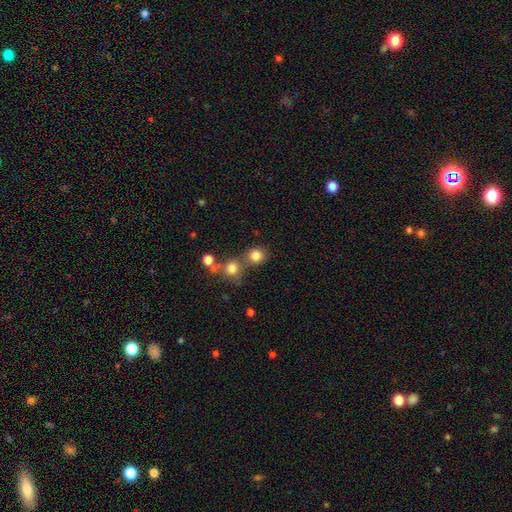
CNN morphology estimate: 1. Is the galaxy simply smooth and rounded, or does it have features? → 81% smooth, 13% star or artifact, 7% featured or disk.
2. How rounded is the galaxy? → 87% round, 12% in between, 1% cigar-shaped.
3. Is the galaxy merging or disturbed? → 62% none, 26% merger, 8% minor disturbance, 4% major disturbance.